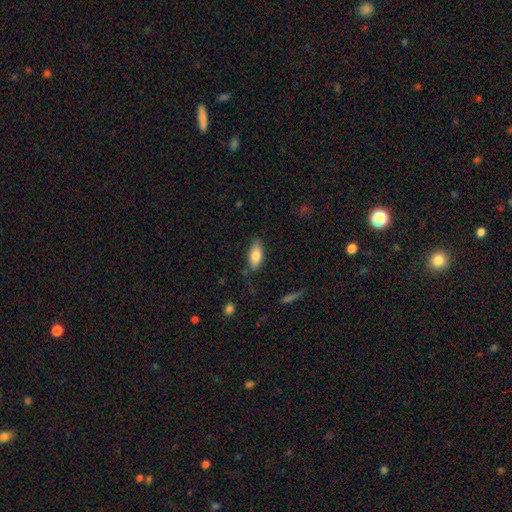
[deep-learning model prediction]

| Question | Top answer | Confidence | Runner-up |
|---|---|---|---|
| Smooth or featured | smooth | 80% | featured or disk (14%) |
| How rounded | in between | 85% | cigar-shaped (13%) |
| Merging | none | 77% | minor disturbance (17%) |